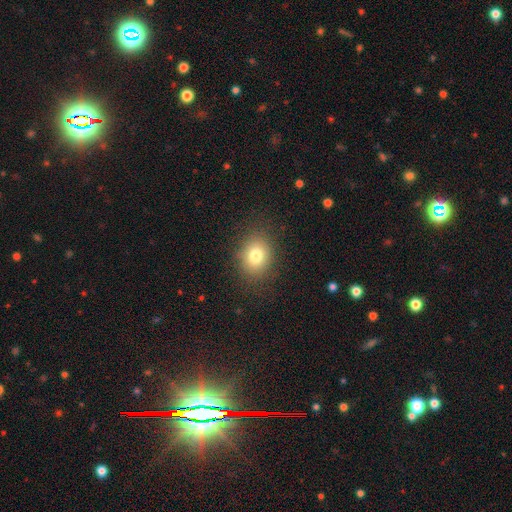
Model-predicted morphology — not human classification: type=smooth (78%); roundness=round (57%); merging=none (86%).